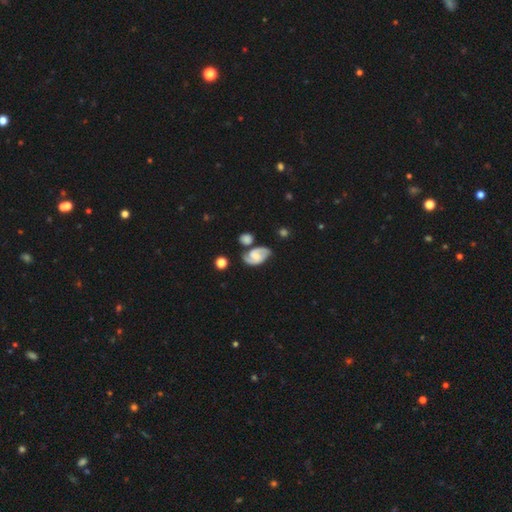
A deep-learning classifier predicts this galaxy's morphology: This is likely a featured or disk galaxy (78%). It is clearly not viewed edge-on (97%). Bar: possibly weak (45%). Spiral arm pattern: clearly yes (94%). Spiral arm count: clearly 2 (90%). Spiral winding: possibly medium (51%). Central bulge: marginally small (41%). Merging: likely none (63%).